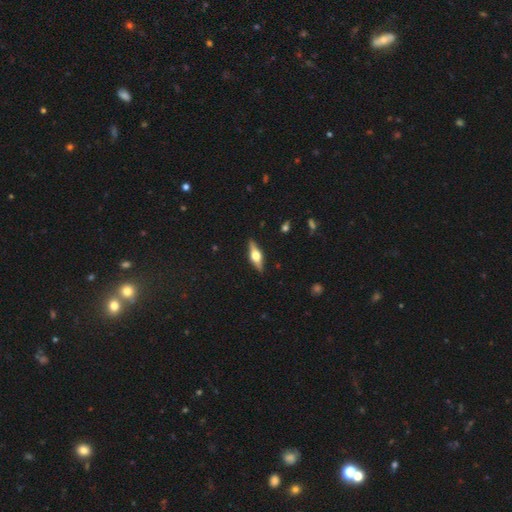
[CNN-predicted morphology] This is likely a featured or disk galaxy (71%). It is clearly viewed edge-on (96%). Edge-on bulge: clearly rounded (94%). Merging: clearly none (90%).